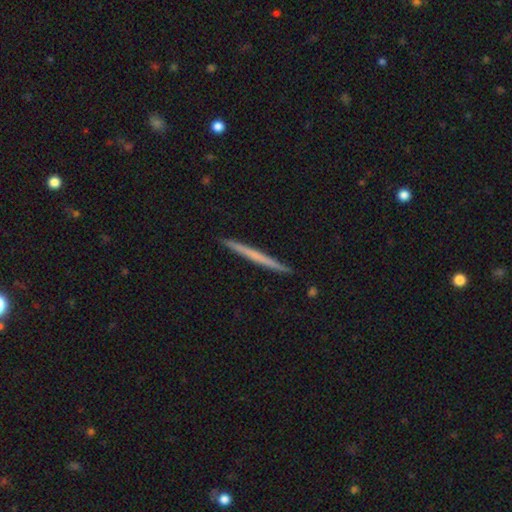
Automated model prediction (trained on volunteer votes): This is possibly a smooth galaxy (50%). Merging: clearly none (93%).